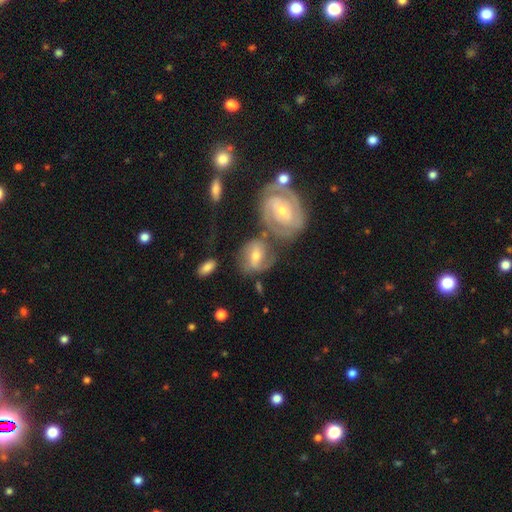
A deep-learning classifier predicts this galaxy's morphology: This is likely a featured or disk galaxy (71%). It is clearly not viewed edge-on (96%). Bar: marginally weak (44%). Spiral arm pattern: clearly yes (88%). Spiral arm count: likely 2 (60%). Spiral winding: possibly tight (50%). Central bulge: possibly moderate (55%). Merging: marginally none (45%).